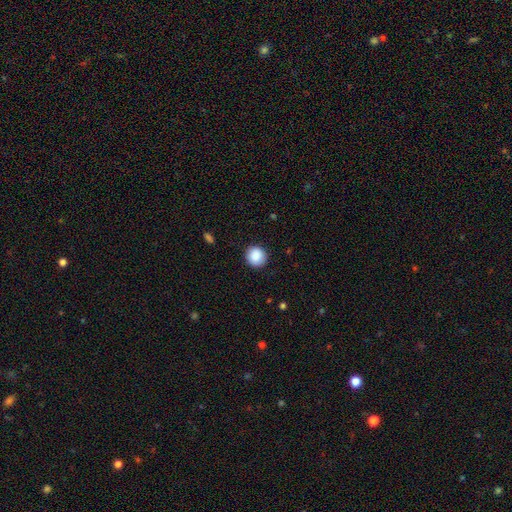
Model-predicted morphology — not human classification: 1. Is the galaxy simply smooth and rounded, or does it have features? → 89% smooth, 8% star or artifact, 3% featured or disk.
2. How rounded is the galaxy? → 92% round, 7% in between, 1% cigar-shaped.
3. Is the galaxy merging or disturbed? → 89% none, 8% minor disturbance, 2% major disturbance, 1% merger.